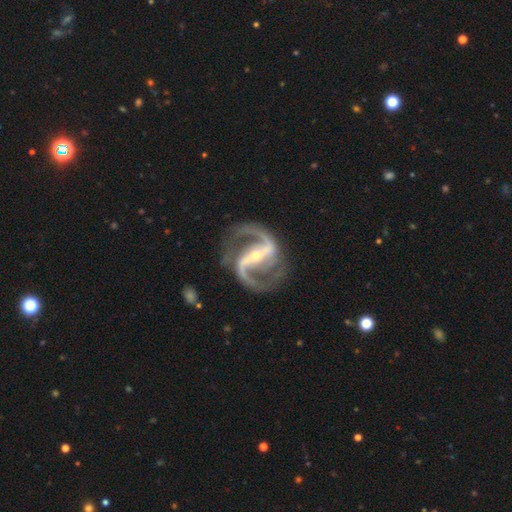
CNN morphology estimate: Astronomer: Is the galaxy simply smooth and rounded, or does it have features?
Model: featured or disk — 94%.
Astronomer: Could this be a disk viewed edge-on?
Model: no — 98%.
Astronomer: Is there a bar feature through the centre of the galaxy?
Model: strong — 72%.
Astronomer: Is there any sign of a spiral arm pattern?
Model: yes — 98%.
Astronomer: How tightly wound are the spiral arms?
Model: medium — 59%.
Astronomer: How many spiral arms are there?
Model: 2 — 94%.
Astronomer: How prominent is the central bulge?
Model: small — 69%.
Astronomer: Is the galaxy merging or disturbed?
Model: none — 80%.